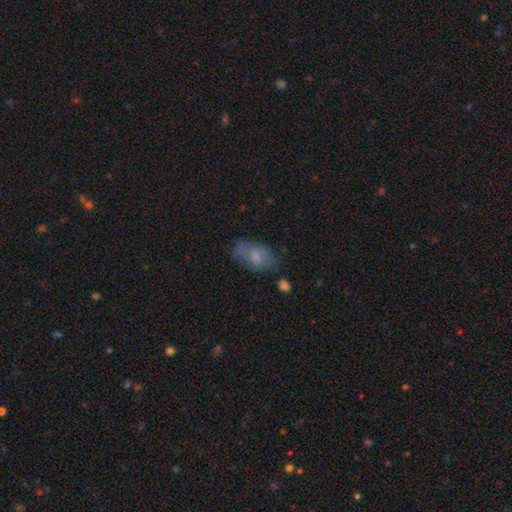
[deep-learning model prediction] Q: Smooth or featured?
A: smooth (62%); runner-up: featured or disk (28%)
Q: How rounded?
A: in between (89%); runner-up: round (6%)
Q: Merging?
A: none (57%); runner-up: minor disturbance (25%)